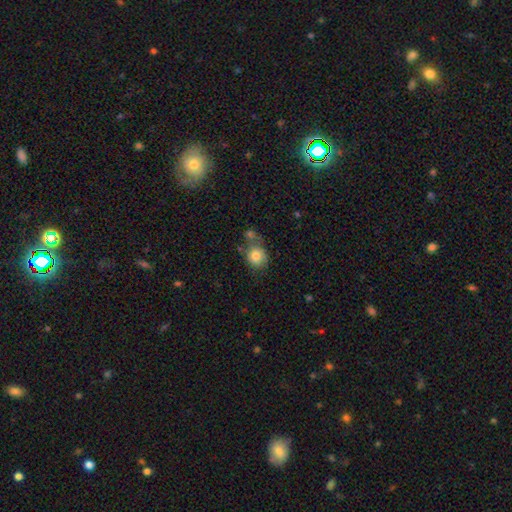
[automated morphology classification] A smooth galaxy with no disk features (81%) that is round (76%). Merging: none (55%).